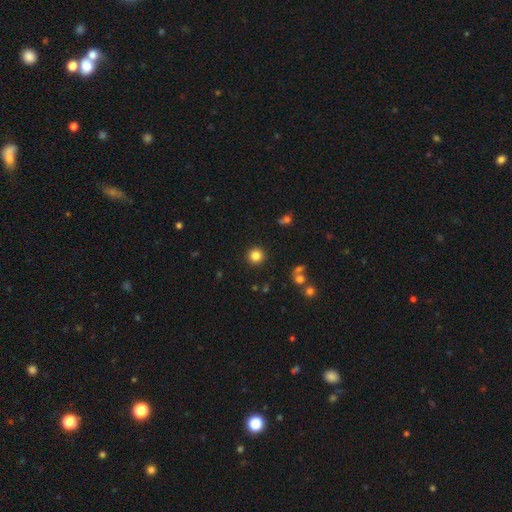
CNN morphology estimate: smooth_or_featured: smooth (p=0.83) [alt: star or artifact p=0.11]
how_rounded: round (p=0.95) [alt: in between p=0.04]
merging: none (p=0.92) [alt: minor disturbance p=0.05]